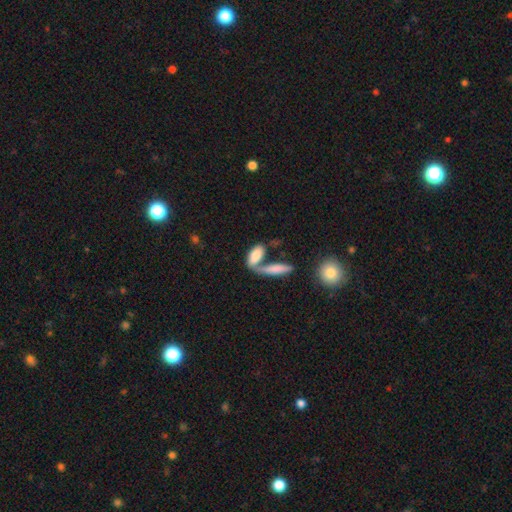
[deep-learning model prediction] This is likely a smooth galaxy (78%). How rounded: likely in between (76%). Merging: possibly merger (49%).